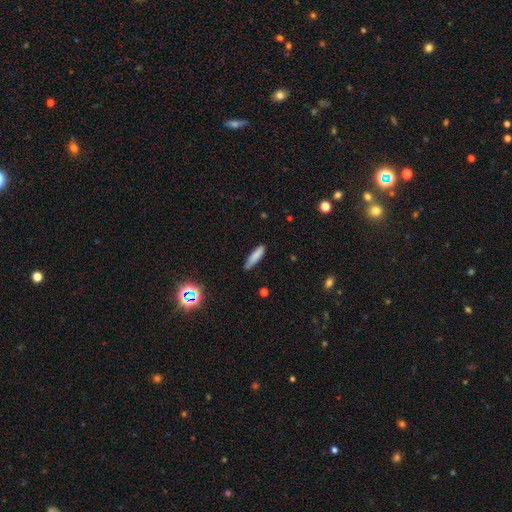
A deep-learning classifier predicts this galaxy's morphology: This is clearly a smooth galaxy (81%). How rounded: likely cigar-shaped (74%). Merging: likely none (77%).